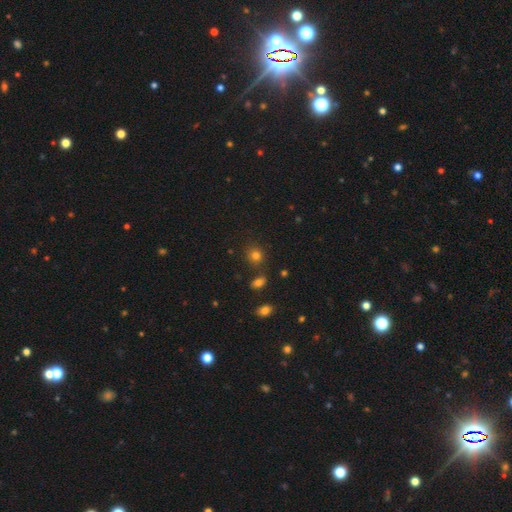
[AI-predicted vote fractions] Smooth or featured? Predicted: smooth (p=0.78). How rounded? Predicted: round (p=0.78). Merging? Predicted: none (p=0.78).